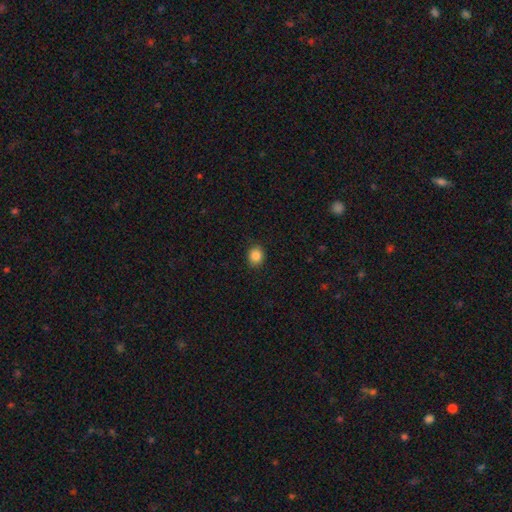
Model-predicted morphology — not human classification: smooth_or_featured: smooth (p=0.86) [alt: star or artifact p=0.10]
how_rounded: round (p=0.73) [alt: in between p=0.26]
merging: none (p=0.89) [alt: minor disturbance p=0.08]